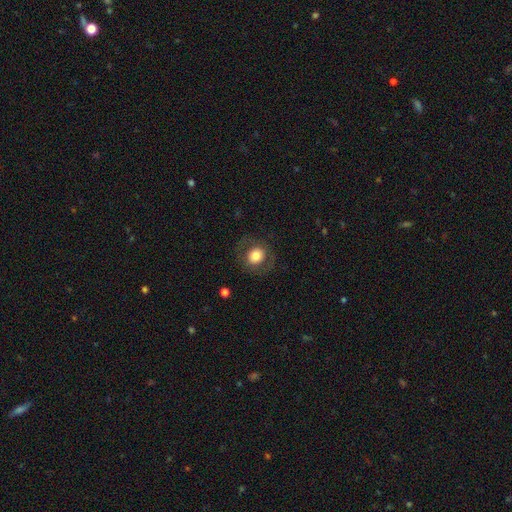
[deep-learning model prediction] Smooth or featured?
  - smooth: 71% *
  - featured or disk: 20%
  - star or artifact: 8%
How rounded?
  - round: 76% *
  - in between: 23%
  - cigar-shaped: 1%
Merging?
  - none: 81% *
  - minor disturbance: 11%
  - major disturbance: 7%
  - merger: 1%